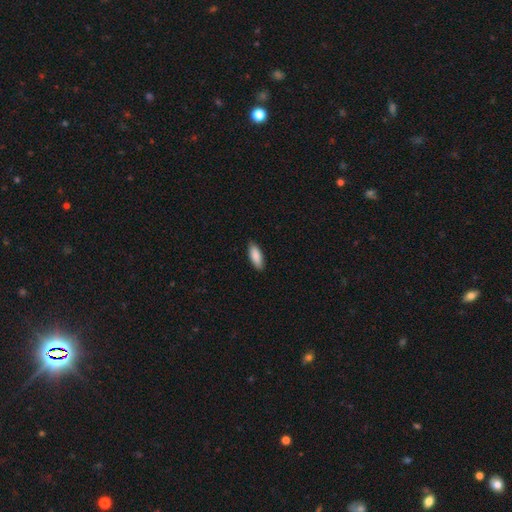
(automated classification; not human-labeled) A smooth galaxy with no disk features (89%) that is in between round and cigar-shaped (73%).

Vote fractions:
- Smooth or featured? smooth: 89% / featured or disk: 6% / star or artifact: 5%
- How rounded? in between: 73% / cigar-shaped: 25% / round: 2%
- Merging? none: 88% / minor disturbance: 10% / major disturbance: 2% / merger: 1%